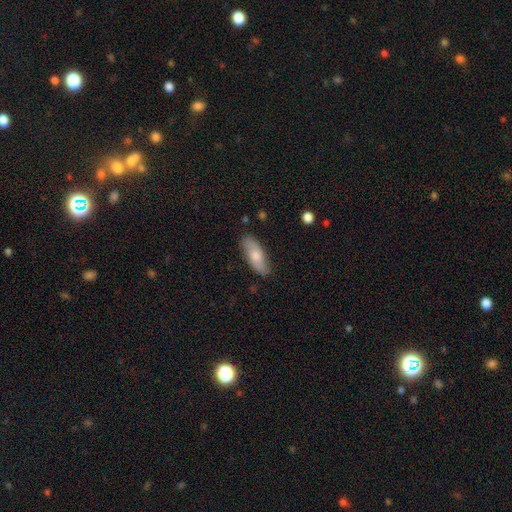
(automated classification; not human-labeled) Smooth or featured? Predicted: smooth (p=0.68). How rounded? Predicted: in between (p=0.75). Merging? Predicted: none (p=0.82).